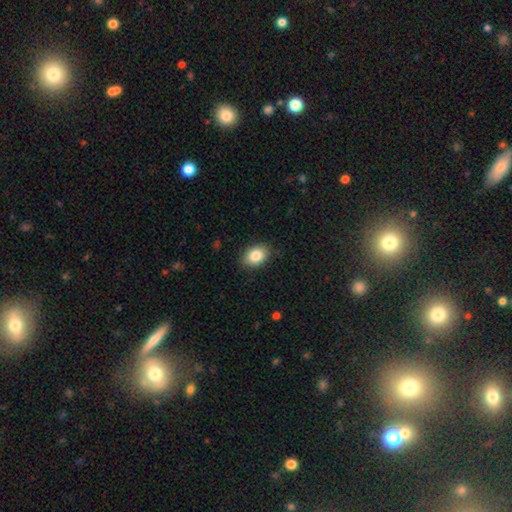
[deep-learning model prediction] smooth_or_featured: smooth (p=0.85) [alt: star or artifact p=0.08]
how_rounded: in between (p=0.76) [alt: round p=0.23]
merging: none (p=0.87) [alt: minor disturbance p=0.10]